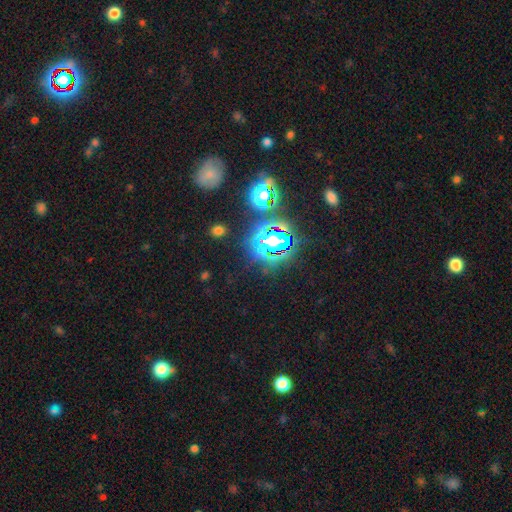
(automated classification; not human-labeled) Smooth or featured? Predicted: star or artifact (p=0.79).